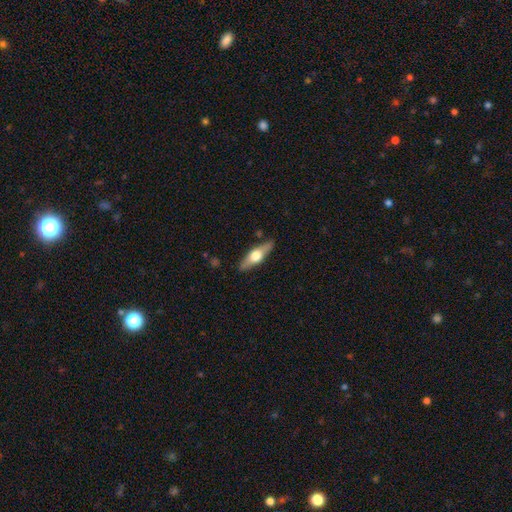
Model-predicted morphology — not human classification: Smooth or featured? featured or disk (56%)
Edge-on disk? yes (91%)
Edge-on bulge? rounded (94%)
Merging? none (86%)